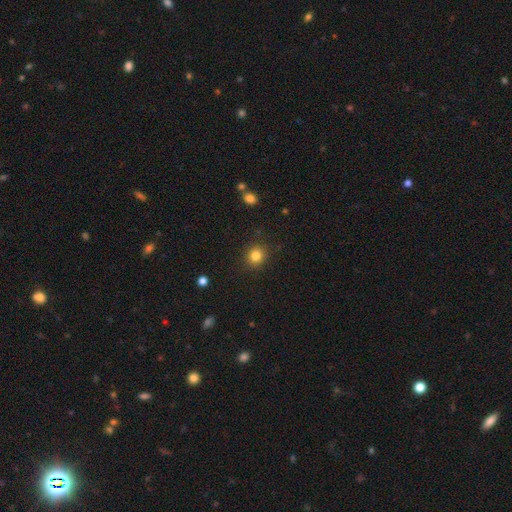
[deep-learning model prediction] smooth 83%, star or artifact 12%, featured or disk 5%. Down the decision tree: how rounded — round (85%); merging — none (89%).